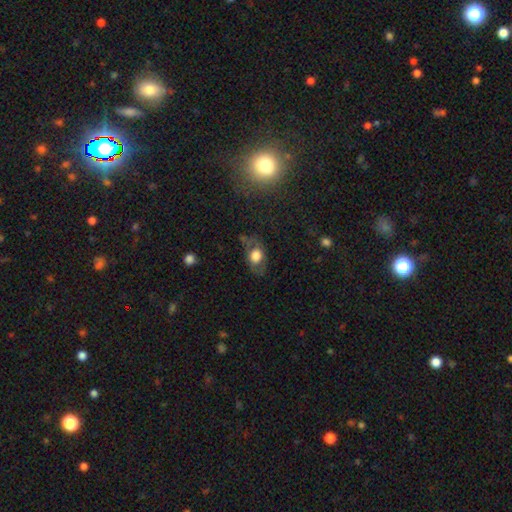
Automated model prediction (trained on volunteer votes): smooth 56%, featured or disk 34%, star or artifact 10%. Down the decision tree: how rounded — in between (71%); merging — none (62%).